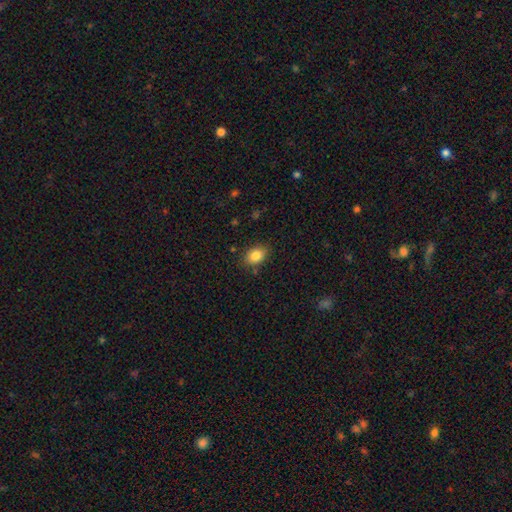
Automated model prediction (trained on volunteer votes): Overall: smooth (84%). How rounded: in between (77%). Merging: none (84%).